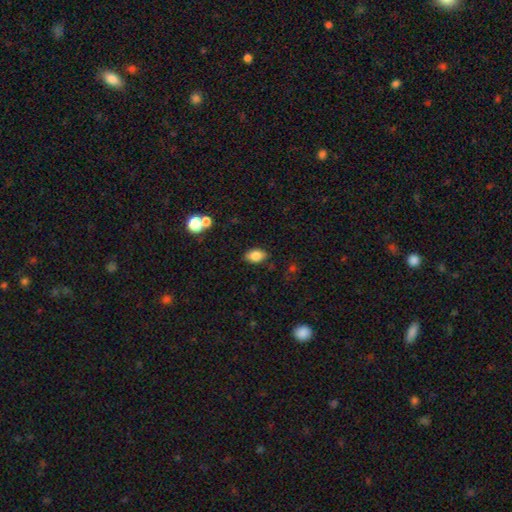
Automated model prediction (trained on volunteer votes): Overall: smooth (84%). How rounded: in between (87%). Merging: none (84%).